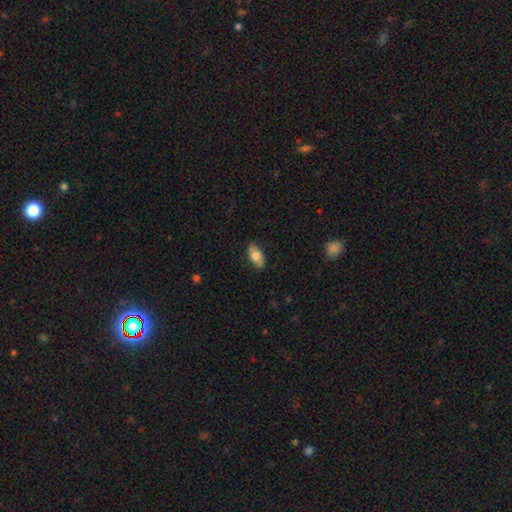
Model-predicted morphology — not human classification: The model was most divided on "smooth or featured": smooth: 73%, featured or disk: 21%, star or artifact: 6%. More confident: merging — none (86%); how rounded — in between (86%).